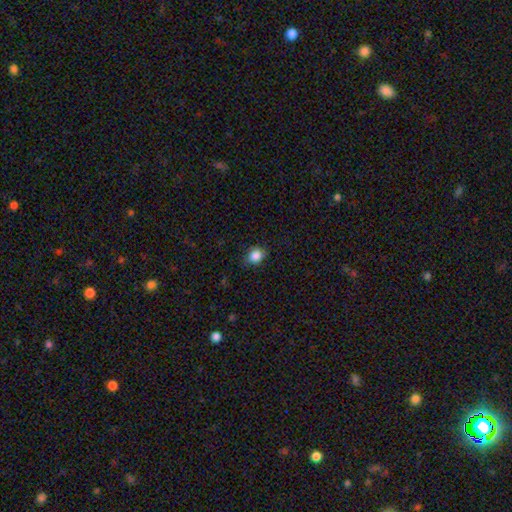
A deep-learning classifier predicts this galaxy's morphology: Q: Smooth or featured?
A: smooth (86%); runner-up: star or artifact (10%)
Q: How rounded?
A: round (68%); runner-up: in between (31%)
Q: Merging?
A: none (81%); runner-up: minor disturbance (15%)